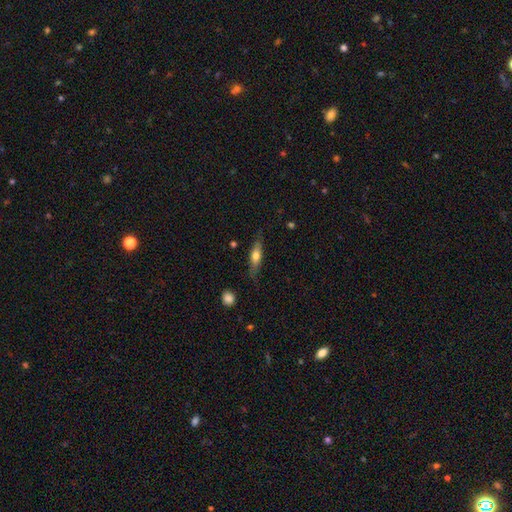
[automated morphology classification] The model was most divided on "smooth or featured": smooth: 56%, featured or disk: 38%, star or artifact: 6%. More confident: merging — none (78%); how rounded — cigar-shaped (62%).